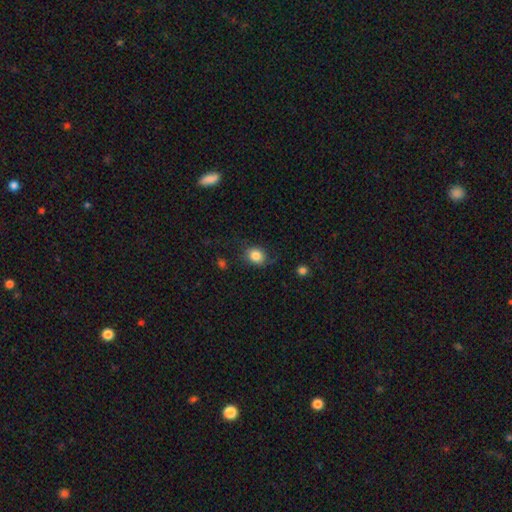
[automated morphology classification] smooth_or_featured: smooth (p=0.83) [alt: star or artifact p=0.10]
how_rounded: round (p=0.60) [alt: in between p=0.39]
merging: none (p=0.72) [alt: minor disturbance p=0.20]